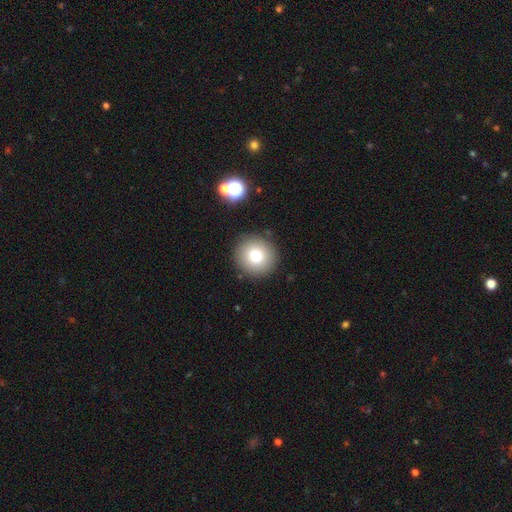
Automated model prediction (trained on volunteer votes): Smooth or featured? smooth (75%)
How rounded? round (94%)
Merging? none (89%)